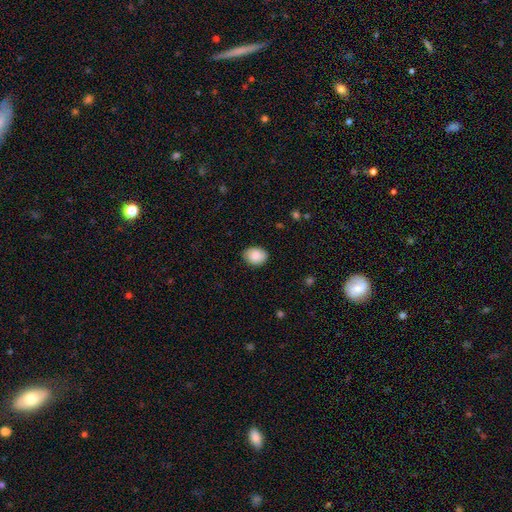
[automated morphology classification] Smooth or featured?
  - smooth: 85% *
  - featured or disk: 8%
  - star or artifact: 7%
How rounded?
  - in between: 56% *
  - round: 43%
  - cigar-shaped: 1%
Merging?
  - none: 84% *
  - minor disturbance: 13%
  - major disturbance: 3%
  - merger: 1%